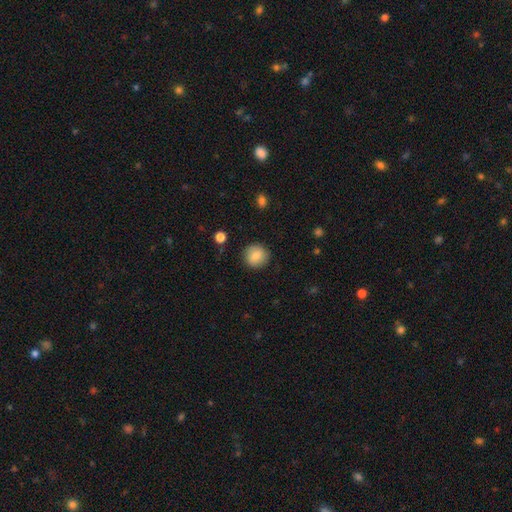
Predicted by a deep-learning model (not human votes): Morphology: type=smooth (84%); roundness=round (91%); merging=none (89%).